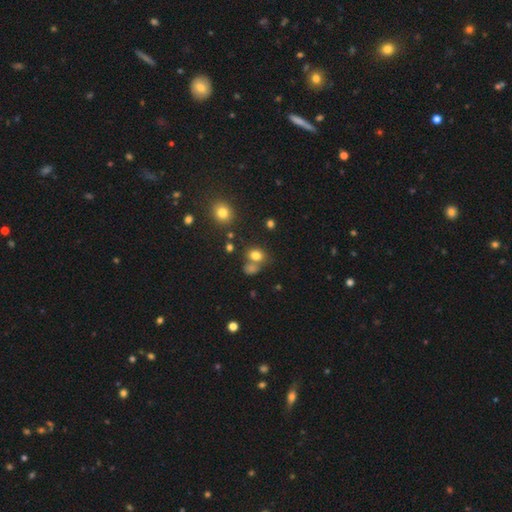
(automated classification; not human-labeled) Morphology: type=smooth (77%); roundness=round (50%); merging=none (55%).